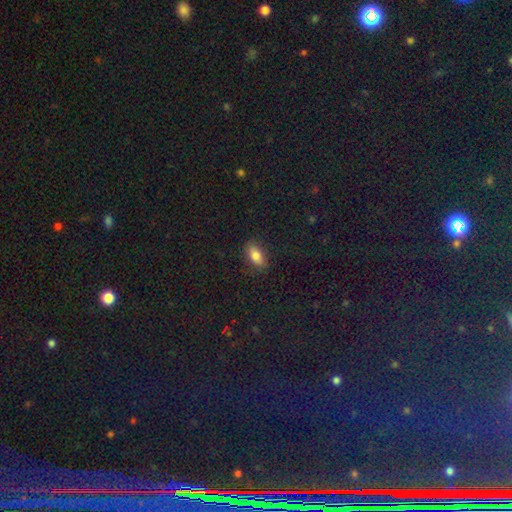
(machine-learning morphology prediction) This appears to be a smooth galaxy with no disk features (79%) that is in between round and cigar-shaped (87%). Merging: none (84%).